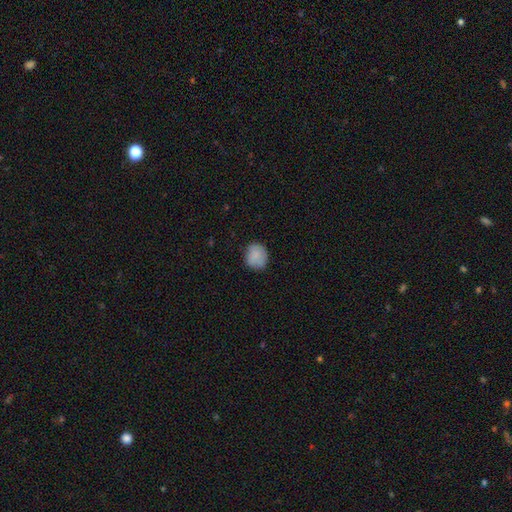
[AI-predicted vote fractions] A smooth galaxy with no disk features (85%) that is round (73%).

Vote fractions:
- Smooth or featured? smooth: 85% / star or artifact: 8% / featured or disk: 8%
- How rounded? round: 73% / in between: 26% / cigar-shaped: 1%
- Merging? none: 75% / minor disturbance: 19% / major disturbance: 4% / merger: 1%